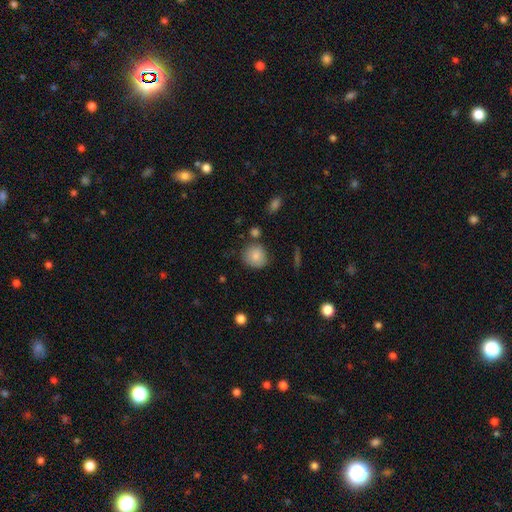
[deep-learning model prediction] smooth_or_featured: smooth (p=0.84) [alt: star or artifact p=0.08]
how_rounded: round (p=0.83) [alt: in between p=0.16]
merging: none (p=0.75) [alt: minor disturbance p=0.16]